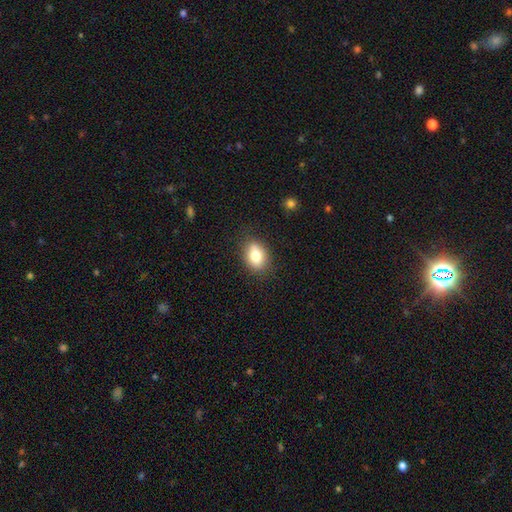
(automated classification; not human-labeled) smooth_or_featured: smooth (p=0.79) [alt: featured or disk p=0.12]
how_rounded: in between (p=0.77) [alt: round p=0.21]
merging: none (p=0.82) [alt: minor disturbance p=0.13]